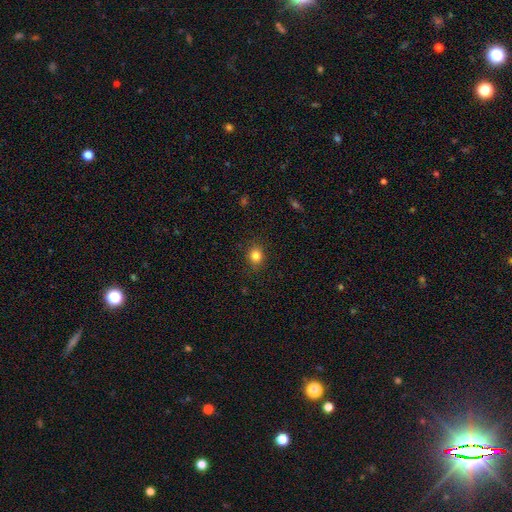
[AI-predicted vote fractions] This is clearly a smooth galaxy (83%). How rounded: likely round (68%). Merging: clearly none (88%).